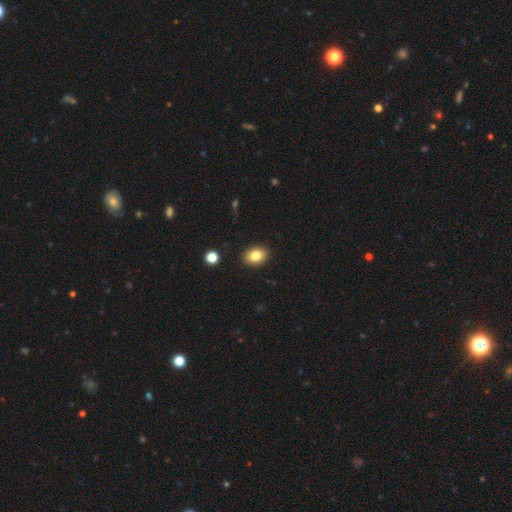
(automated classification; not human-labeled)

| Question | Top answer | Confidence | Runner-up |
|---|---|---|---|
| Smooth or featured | smooth | 83% | star or artifact (9%) |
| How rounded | in between | 60% | round (39%) |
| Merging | none | 90% | minor disturbance (7%) |